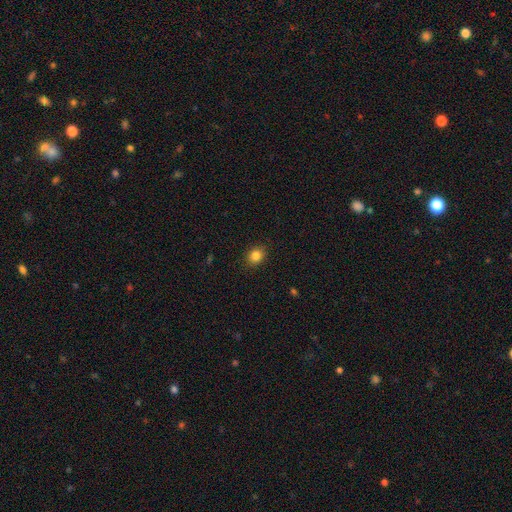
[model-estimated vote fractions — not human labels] Overall: smooth (84%). How rounded: round (67%; in between 32%). Merging: none (88%).